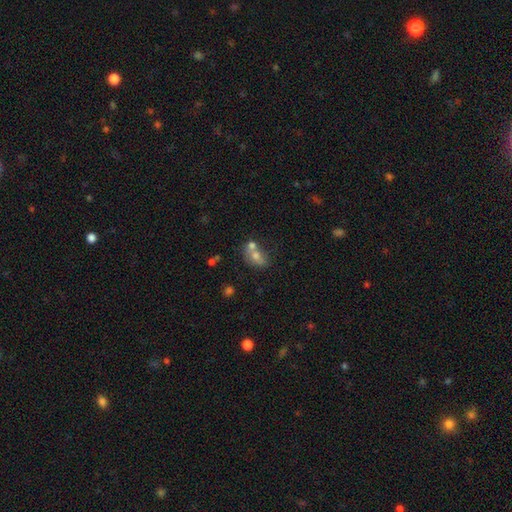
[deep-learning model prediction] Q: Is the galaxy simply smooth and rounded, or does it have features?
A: smooth — 62%.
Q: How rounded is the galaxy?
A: in between — 65%.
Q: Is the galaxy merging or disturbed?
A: merger — 50%.